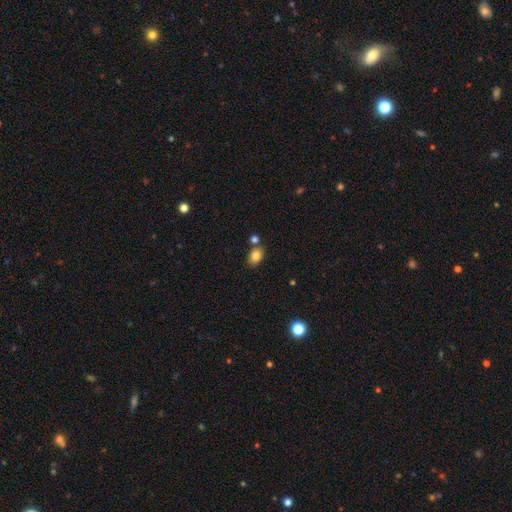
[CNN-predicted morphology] The model was most divided on "how rounded": in between: 78%, round: 21%, cigar-shaped: 1%. More confident: smooth or featured — smooth (83%); merging — none (73%).